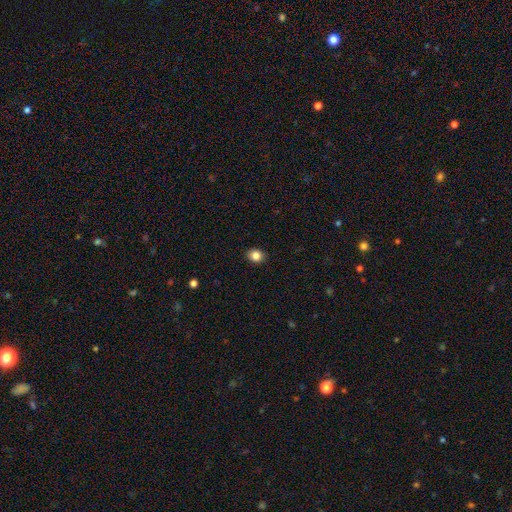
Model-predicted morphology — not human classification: The model was most divided on "how rounded": round: 63%, in between: 36%, cigar-shaped: 1%. More confident: merging — none (91%); smooth or featured — smooth (84%).